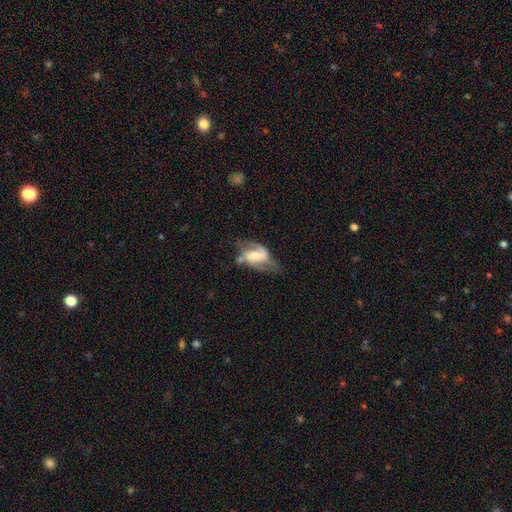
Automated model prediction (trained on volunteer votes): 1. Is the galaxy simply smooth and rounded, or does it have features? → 71% featured or disk, 22% smooth, 7% star or artifact.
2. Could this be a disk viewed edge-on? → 95% no, 5% yes.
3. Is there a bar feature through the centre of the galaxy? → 43% weak, 33% no, 24% strong.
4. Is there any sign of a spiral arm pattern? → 84% yes, 16% no.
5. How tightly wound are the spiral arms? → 43% loose, 42% medium, 15% tight.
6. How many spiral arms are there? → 80% 2, 9% can't tell, 6% 1, 2% 3, 1% 4, 1% more than 4.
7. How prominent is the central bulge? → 52% moderate, 34% small, 8% large, 4% none, 1% dominant.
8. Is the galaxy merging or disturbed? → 42% none, 28% minor disturbance, 21% major disturbance, 9% merger.